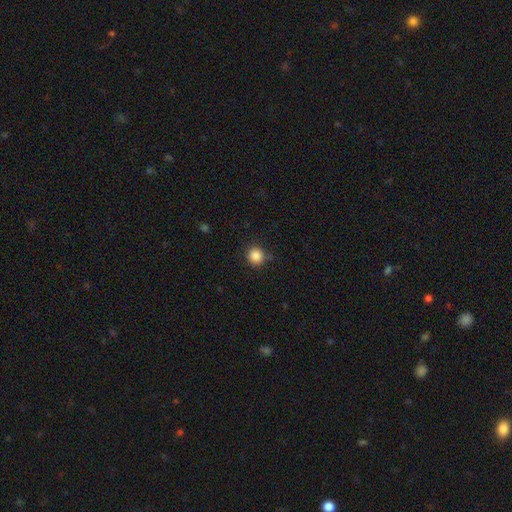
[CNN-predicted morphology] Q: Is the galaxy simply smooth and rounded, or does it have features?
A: smooth — 86%.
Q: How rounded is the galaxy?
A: round — 93%.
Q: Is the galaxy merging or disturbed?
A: none — 87%.